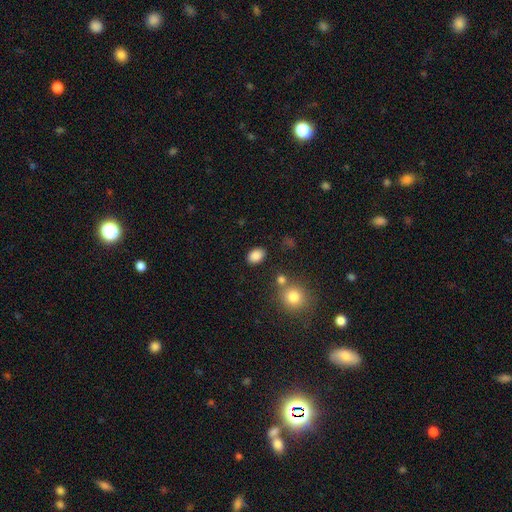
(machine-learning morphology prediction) Q: Smooth or featured?
A: smooth (86%); runner-up: star or artifact (9%)
Q: How rounded?
A: in between (80%); runner-up: round (19%)
Q: Merging?
A: none (82%); runner-up: minor disturbance (10%)